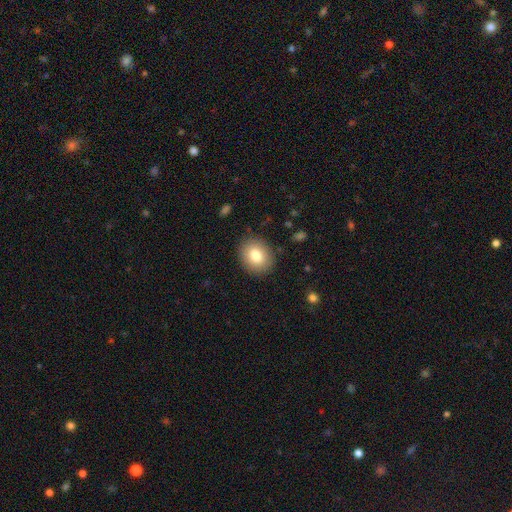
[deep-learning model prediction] Morphology: type=smooth (80%); roundness=round (55%); merging=none (88%).